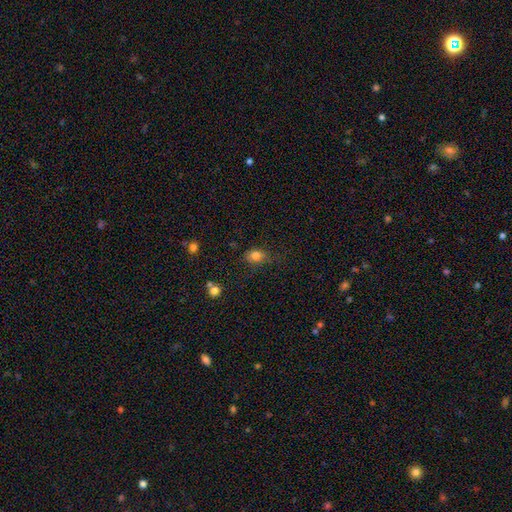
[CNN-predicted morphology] Q: Smooth or featured?
A: smooth (81%); runner-up: star or artifact (12%)
Q: How rounded?
A: in between (57%); runner-up: round (41%)
Q: Merging?
A: none (65%); runner-up: minor disturbance (25%)